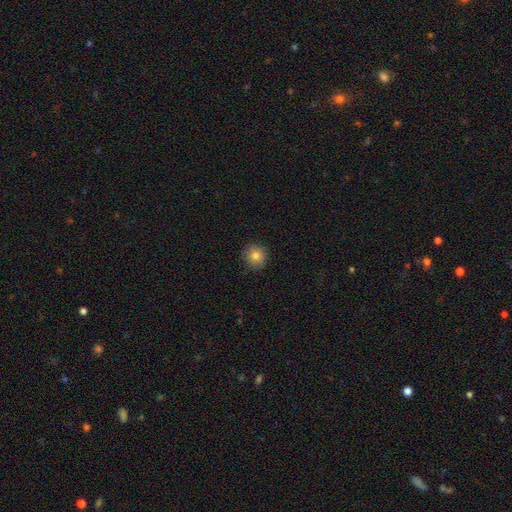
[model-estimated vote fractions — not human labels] Q: Smooth or featured?
A: smooth (81%); runner-up: star or artifact (10%)
Q: How rounded?
A: round (93%); runner-up: in between (6%)
Q: Merging?
A: none (89%); runner-up: minor disturbance (8%)